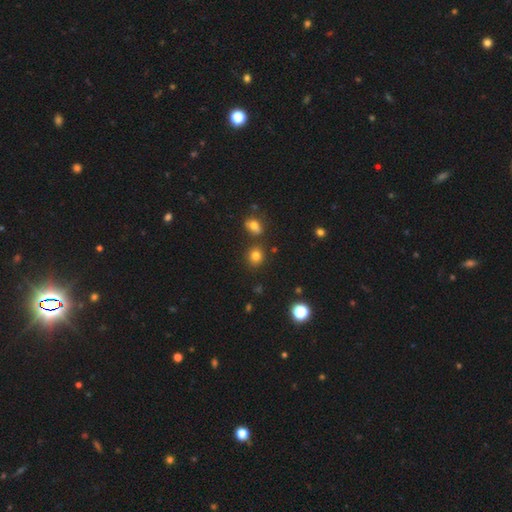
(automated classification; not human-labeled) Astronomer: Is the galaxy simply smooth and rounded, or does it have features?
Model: smooth — 79%.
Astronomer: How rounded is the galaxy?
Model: round — 76%.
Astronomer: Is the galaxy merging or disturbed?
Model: none — 79%.